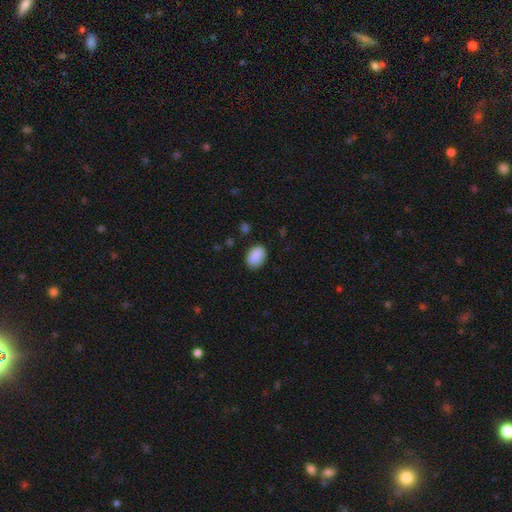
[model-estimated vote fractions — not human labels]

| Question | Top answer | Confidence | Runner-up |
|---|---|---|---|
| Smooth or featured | smooth | 89% | star or artifact (7%) |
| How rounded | in between | 79% | round (20%) |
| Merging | none | 83% | minor disturbance (13%) |